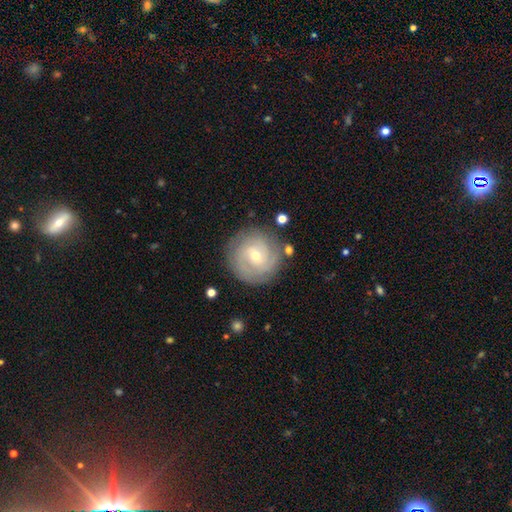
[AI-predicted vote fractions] This is likely a featured or disk galaxy (75%). It is clearly not viewed edge-on (97%). Bar: possibly no (50%). Spiral arm pattern: clearly yes (93%). Spiral arm count: marginally can't tell (29%). Spiral winding: likely tight (72%). Central bulge: possibly small (52%). Merging: clearly none (84%).